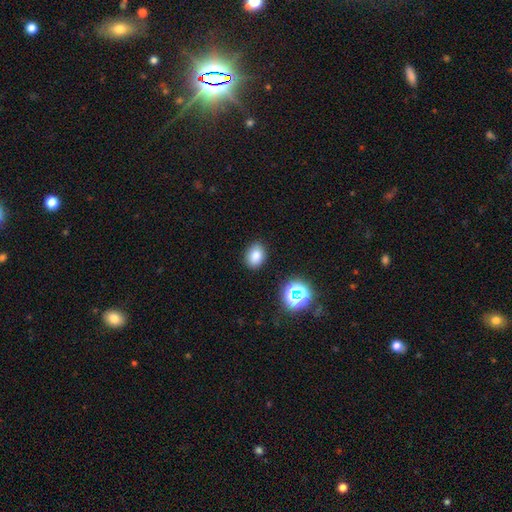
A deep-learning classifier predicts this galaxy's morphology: This appears to be a smooth galaxy with no disk features (80%) that is in between round and cigar-shaped (64%). Merging: none (87%).